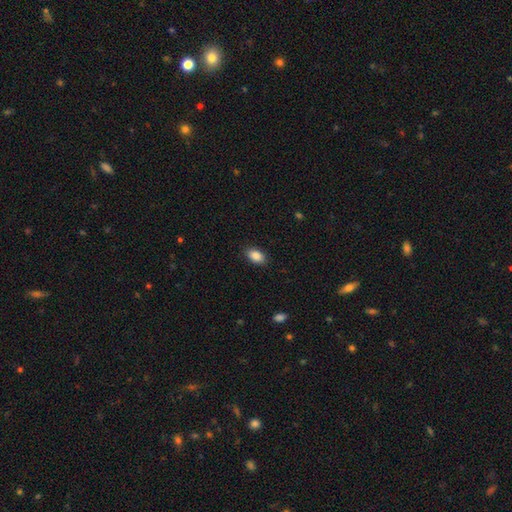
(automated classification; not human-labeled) Smooth or featured? smooth (88%)
How rounded? in between (90%)
Merging? none (88%)